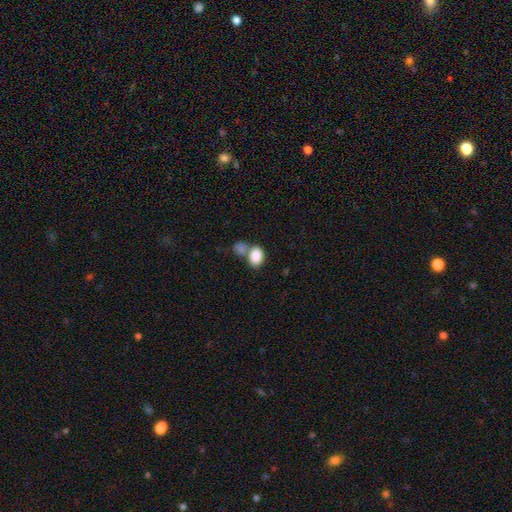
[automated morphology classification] Smooth or featured? smooth (86%)
How rounded? in between (77%)
Merging? merger (50%)